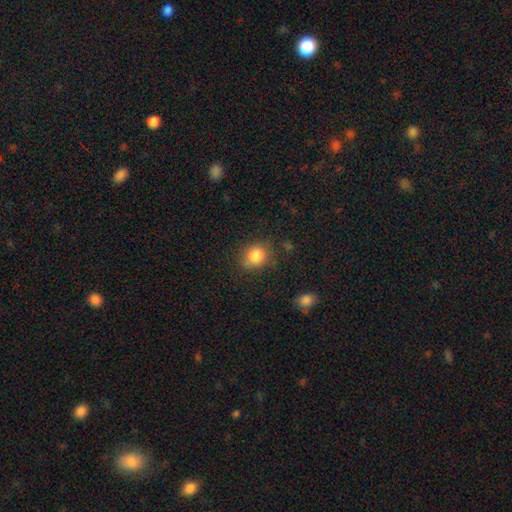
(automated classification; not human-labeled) Q: Smooth or featured?
A: smooth (84%); runner-up: star or artifact (9%)
Q: How rounded?
A: round (66%); runner-up: in between (33%)
Q: Merging?
A: none (72%); runner-up: minor disturbance (20%)